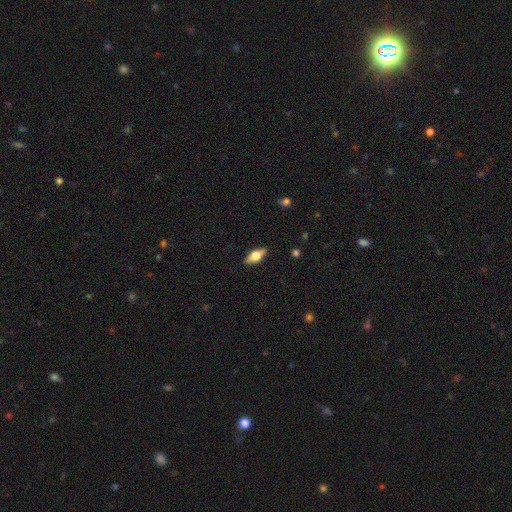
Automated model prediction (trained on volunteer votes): Morphology: type=featured or disk (47%); merging=none (88%).